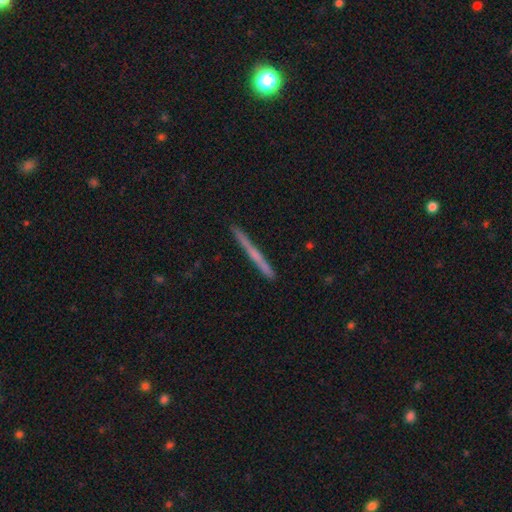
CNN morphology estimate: type=featured or disk (52%); edge-on=yes (98%); edge-on bulge=none (77%); merging=none (91%).